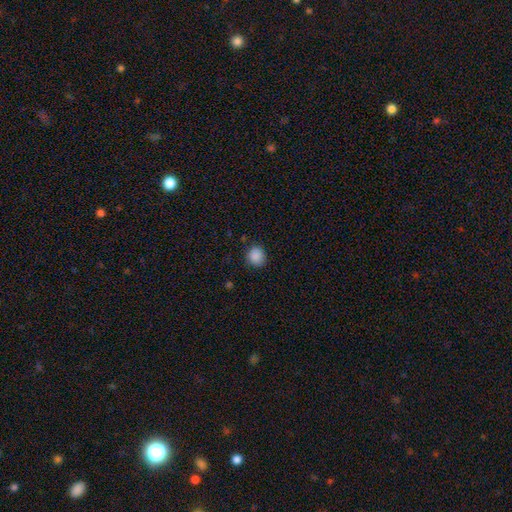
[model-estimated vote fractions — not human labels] This appears to be a smooth galaxy with no disk features (88%) that is round (85%). Merging: none (83%).